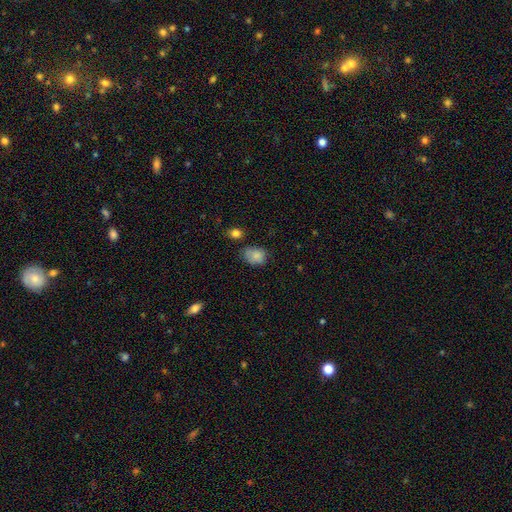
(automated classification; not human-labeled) smooth_or_featured: smooth (p=0.81) [alt: featured or disk p=0.10]
how_rounded: in between (p=0.61) [alt: round p=0.38]
merging: none (p=0.58) [alt: minor disturbance p=0.30]